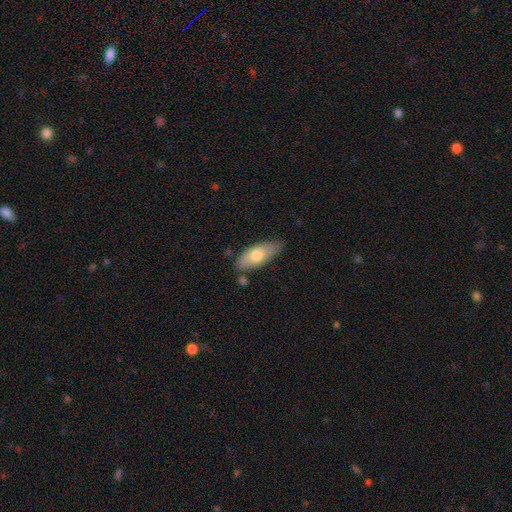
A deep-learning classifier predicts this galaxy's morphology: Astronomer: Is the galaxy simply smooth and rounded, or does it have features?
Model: smooth — 72%.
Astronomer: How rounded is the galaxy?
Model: in between — 79%.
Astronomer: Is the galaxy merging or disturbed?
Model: none — 73%.